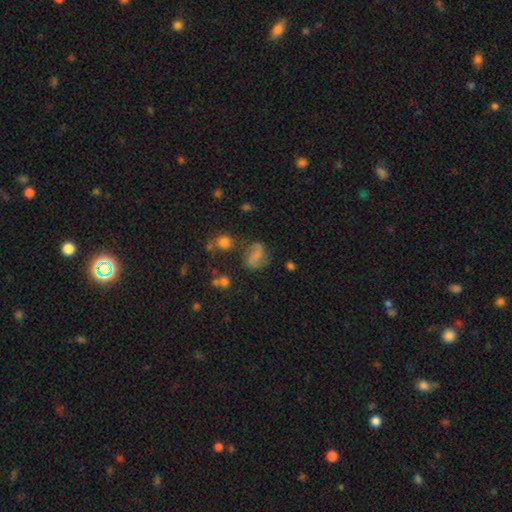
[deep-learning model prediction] Smooth or featured? Predicted: featured or disk (p=0.45). Merging? Predicted: none (p=0.59).